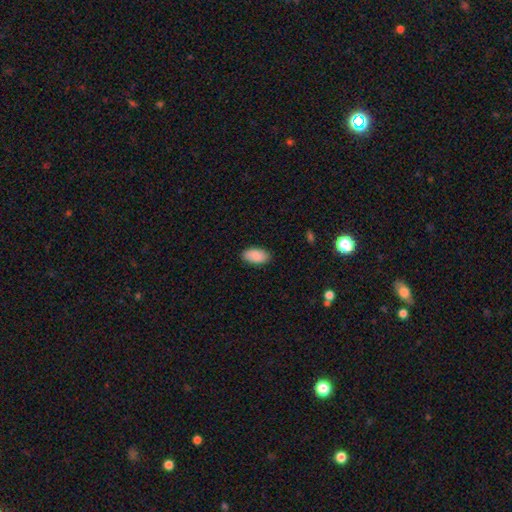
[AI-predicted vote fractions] smooth-or-featured: smooth: 89% | star or artifact: 6% | featured or disk: 5%
  how-rounded: in between: 95% | round: 2% | cigar-shaped: 2%
  merging: none: 87% | minor disturbance: 10% | major disturbance: 2% | merger: 1%